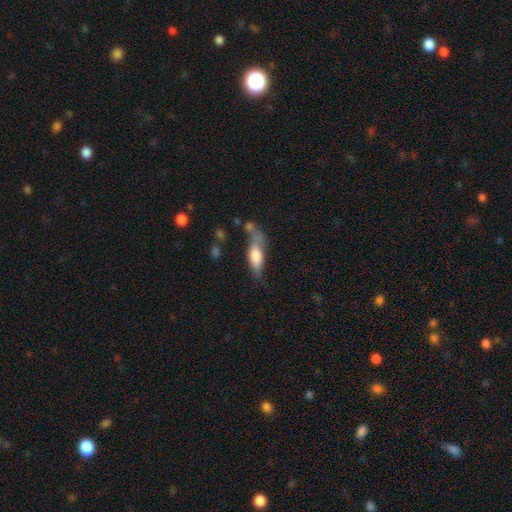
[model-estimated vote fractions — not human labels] Smooth or featured?
  - smooth: 68% *
  - featured or disk: 26%
  - star or artifact: 6%
How rounded?
  - in between: 55% *
  - cigar-shaped: 42%
  - round: 3%
Merging?
  - none: 37% *
  - minor disturbance: 28%
  - major disturbance: 19%
  - merger: 17%